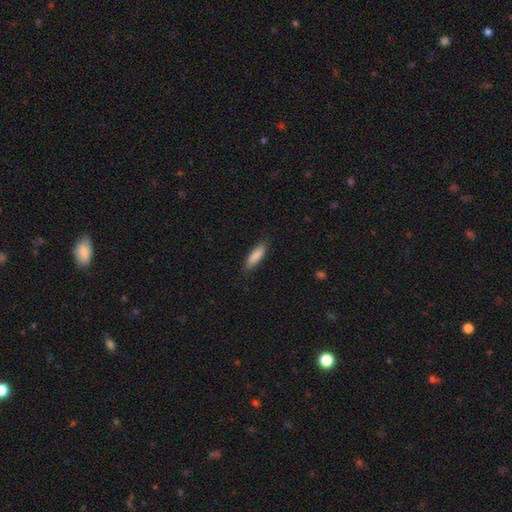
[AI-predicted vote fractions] Morphology: type=smooth (86%); roundness=cigar-shaped (57%); merging=none (84%).